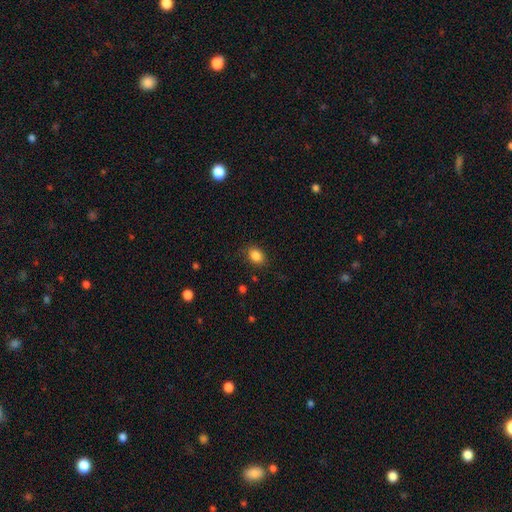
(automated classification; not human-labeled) Smooth or featured? Predicted: smooth (p=0.86). How rounded? Predicted: in between (p=0.67). Merging? Predicted: none (p=0.83).